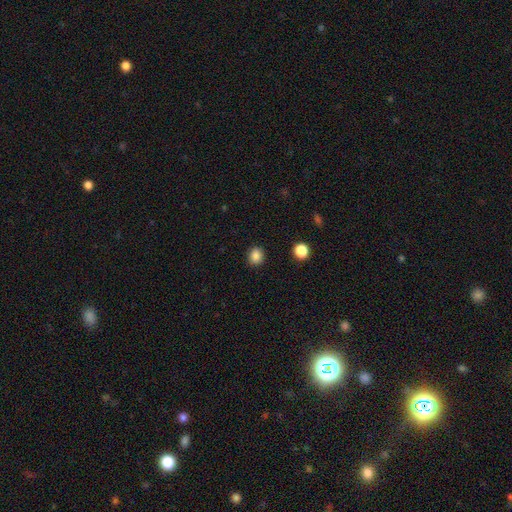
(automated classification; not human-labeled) smooth_or_featured: smooth (p=0.86) [alt: star or artifact p=0.11]
how_rounded: round (p=0.74) [alt: in between p=0.26]
merging: none (p=0.90) [alt: minor disturbance p=0.07]